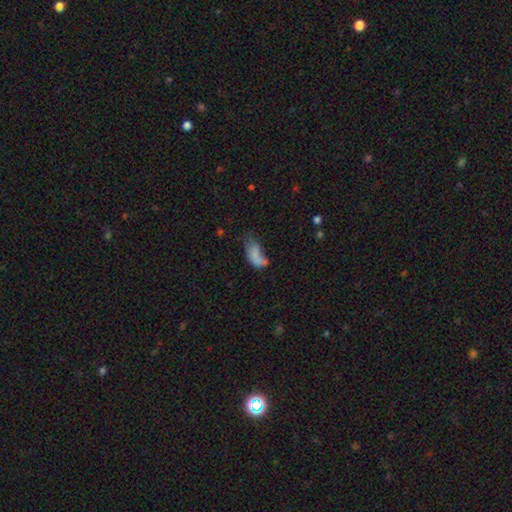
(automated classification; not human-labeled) smooth-or-featured: smooth: 68% | featured or disk: 20% | star or artifact: 12%
  how-rounded: in between: 90% | cigar-shaped: 5% | round: 5%
  merging: major disturbance: 37% | minor disturbance: 25% | none: 24% | merger: 15%